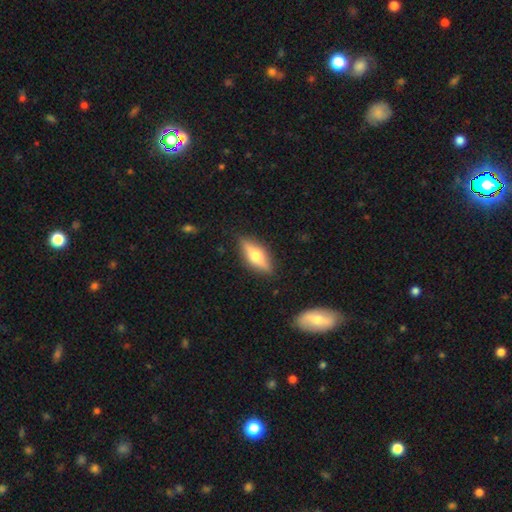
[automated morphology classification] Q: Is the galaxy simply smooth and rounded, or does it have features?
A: featured or disk — 54%.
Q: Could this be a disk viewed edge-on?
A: yes — 90%.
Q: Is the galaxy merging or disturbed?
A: none — 87%.